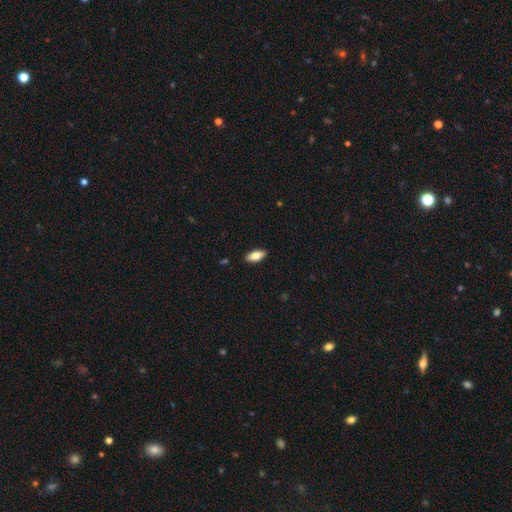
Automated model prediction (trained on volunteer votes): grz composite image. It shows a smooth galaxy with no disk features (75%) that is in between round and cigar-shaped (82%). Merging: none (89%).